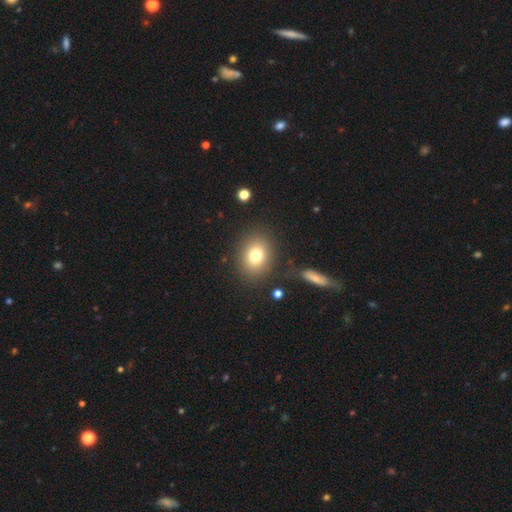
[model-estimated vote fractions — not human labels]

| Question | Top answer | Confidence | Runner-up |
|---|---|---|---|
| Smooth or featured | smooth | 78% | star or artifact (12%) |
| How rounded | round | 54% | in between (45%) |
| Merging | none | 84% | minor disturbance (9%) |